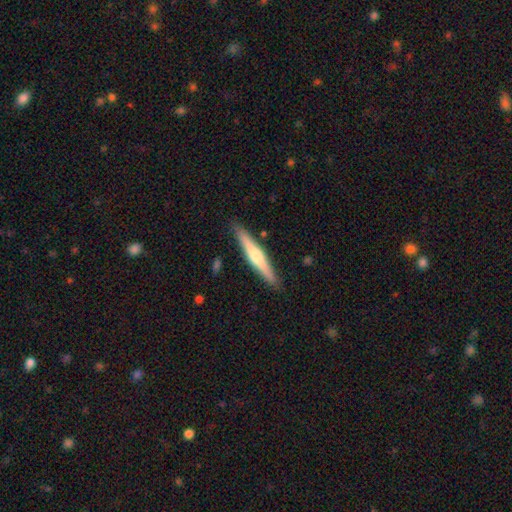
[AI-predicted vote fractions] This appears to be a featured or disk galaxy (57%) viewed edge-on (97%) with a rounded central bulge (81%). Merging: none (90%).